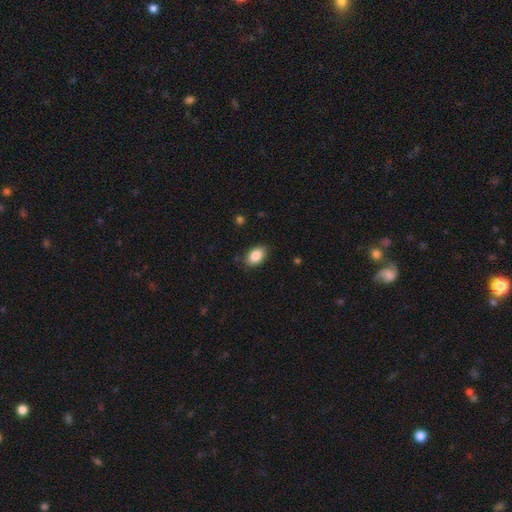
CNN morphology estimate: type=smooth (87%); roundness=in between (89%); merging=none (84%).